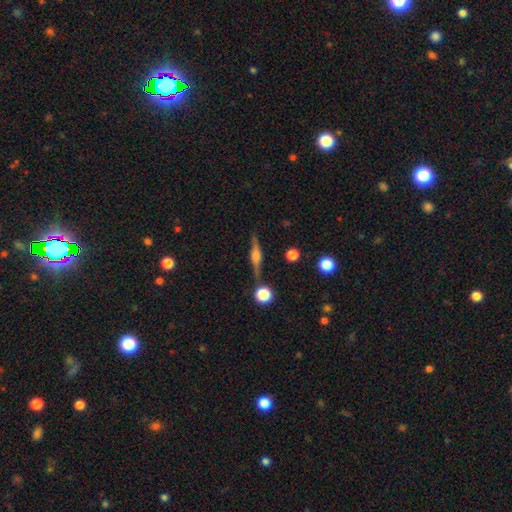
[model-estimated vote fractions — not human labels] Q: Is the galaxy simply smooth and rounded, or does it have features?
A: featured or disk — 73%.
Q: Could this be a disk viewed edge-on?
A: yes — 97%.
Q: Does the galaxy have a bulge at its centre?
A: rounded — 84%.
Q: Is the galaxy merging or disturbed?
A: none — 83%.